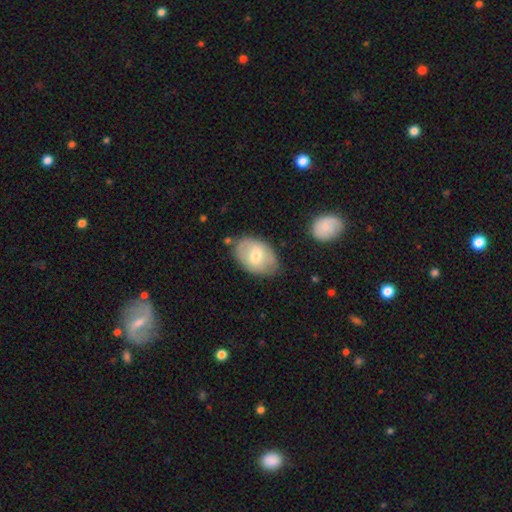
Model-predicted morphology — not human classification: smooth 59%, featured or disk 35%, star or artifact 6%. Down the decision tree: how rounded — in between (85%); merging — none (70%).